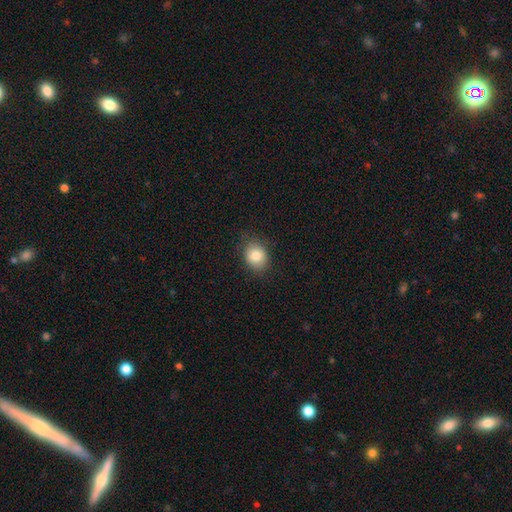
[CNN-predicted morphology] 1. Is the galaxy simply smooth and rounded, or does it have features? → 83% smooth, 9% star or artifact, 8% featured or disk.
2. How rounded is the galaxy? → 52% round, 47% in between, 1% cigar-shaped.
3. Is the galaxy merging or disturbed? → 84% none, 12% minor disturbance, 3% major disturbance, 1% merger.